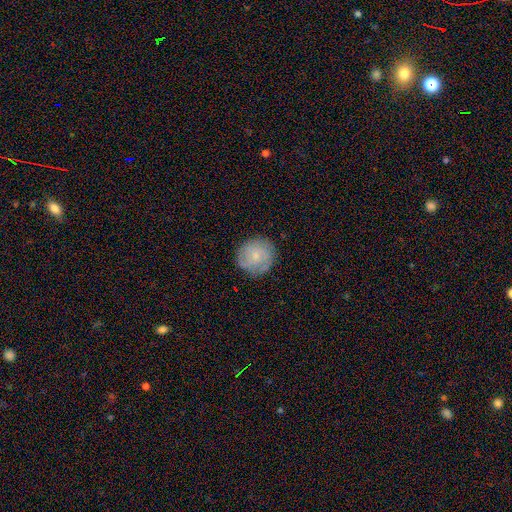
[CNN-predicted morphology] A smooth galaxy with no disk features (53%) that is round (90%). Merging: none (80%).